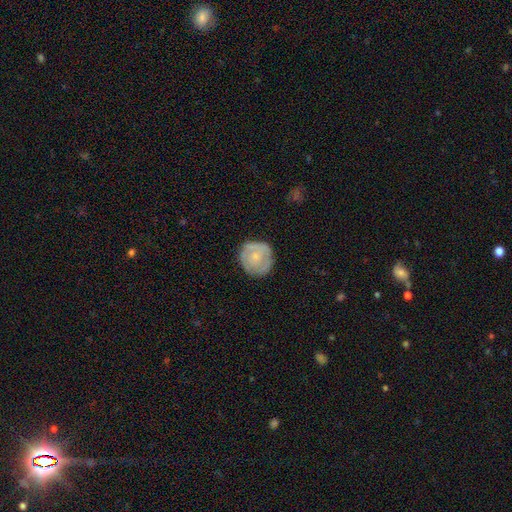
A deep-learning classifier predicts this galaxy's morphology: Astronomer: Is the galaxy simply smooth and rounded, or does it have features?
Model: smooth — 53% (runner-up: featured or disk, 40%).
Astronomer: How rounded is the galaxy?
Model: round — 90%.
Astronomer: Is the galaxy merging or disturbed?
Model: none — 77%.